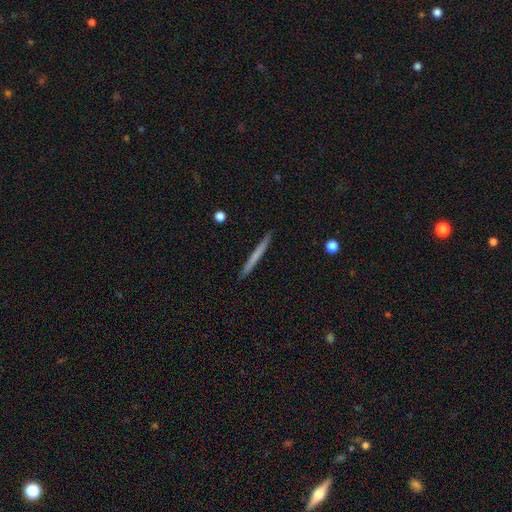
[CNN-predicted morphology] This appears to be a smooth galaxy with no disk features (59%) that is cigar-shaped (97%). Merging: none (92%).